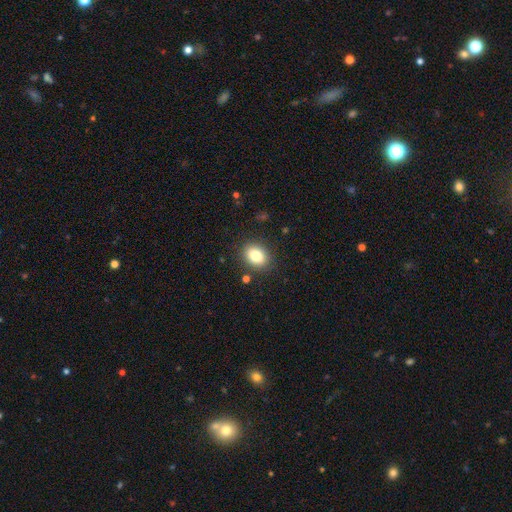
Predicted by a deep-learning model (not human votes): The model was most divided on "how rounded": in between: 53%, round: 46%, cigar-shaped: 1%. More confident: merging — none (87%); smooth or featured — smooth (81%).